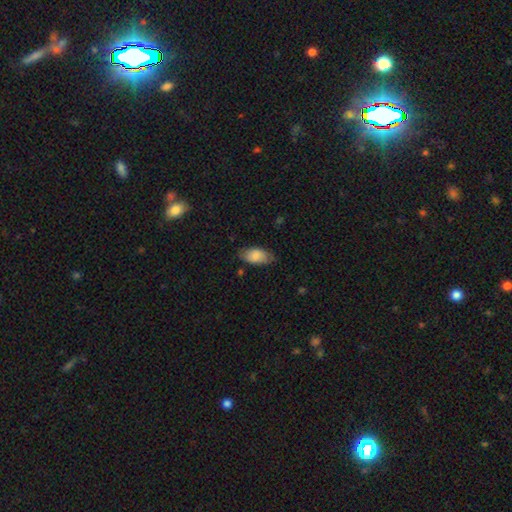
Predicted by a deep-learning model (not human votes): smooth 82%, featured or disk 12%, star or artifact 7%. Down the decision tree: how rounded — in between (93%); merging — none (71%).